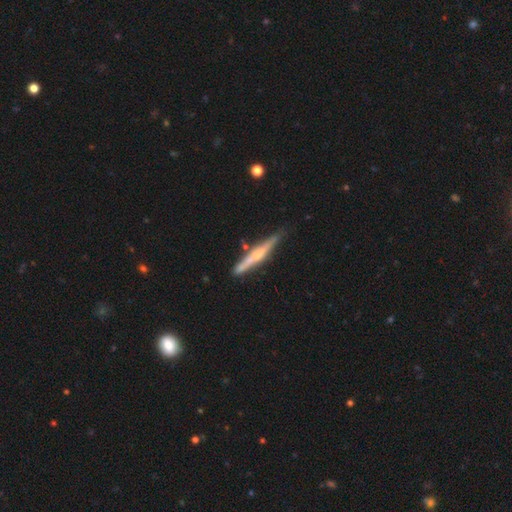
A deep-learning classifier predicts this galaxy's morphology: This is likely a featured or disk galaxy (63%). It is clearly viewed edge-on (95%). Edge-on bulge: possibly rounded (59%). Merging: likely none (72%).